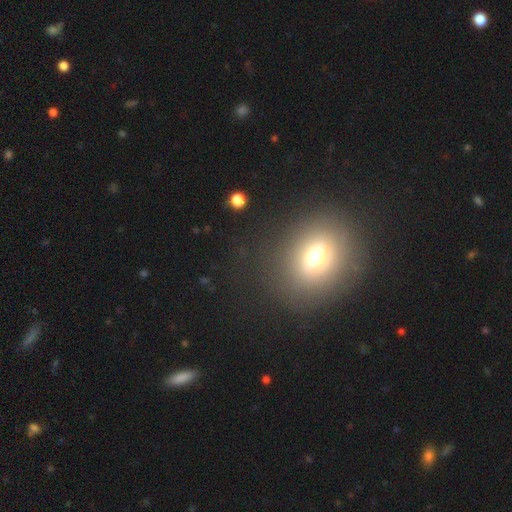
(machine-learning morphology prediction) Smooth or featured: smooth — 66% (star or artifact — 24%)
How rounded: round — 68% (in between — 30%)
Merging: none — 89% (minor disturbance — 7%)